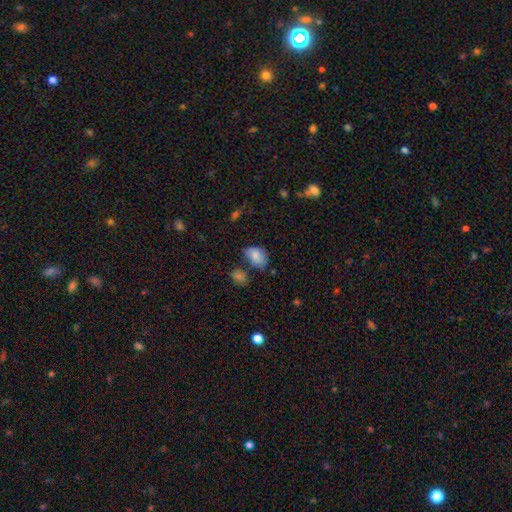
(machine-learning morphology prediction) This appears to be a smooth galaxy with no disk features (80%) that is in between round and cigar-shaped (76%). Merging: none (43%).